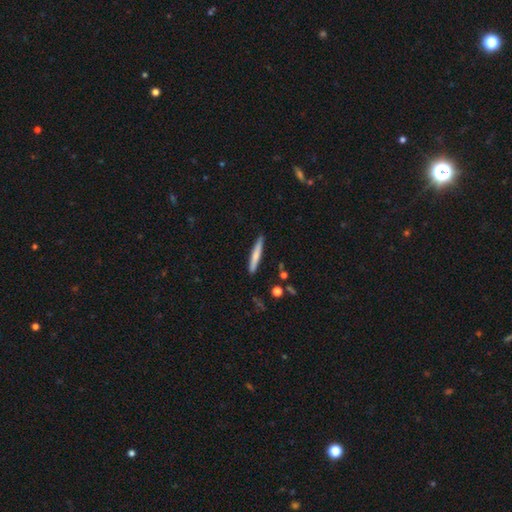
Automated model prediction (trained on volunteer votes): The model was most divided on "smooth or featured": smooth: 68%, featured or disk: 27%, star or artifact: 6%. More confident: how rounded — cigar-shaped (94%); merging — none (88%).